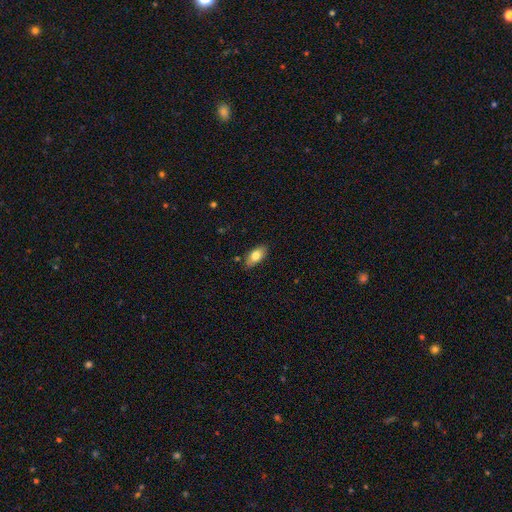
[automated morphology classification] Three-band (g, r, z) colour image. It shows a smooth galaxy with no disk features (79%) that is in between round and cigar-shaped (90%). Merging: none (83%).